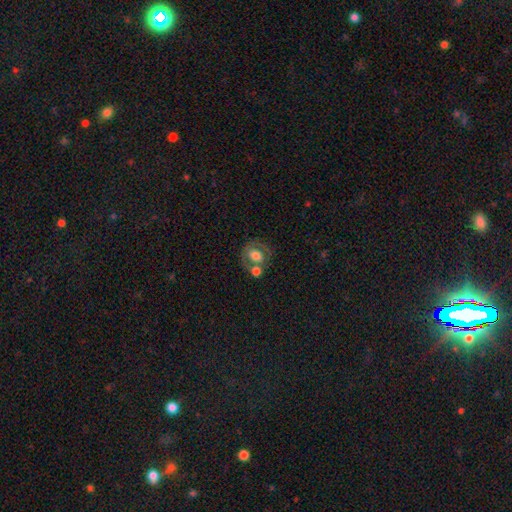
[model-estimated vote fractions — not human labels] smooth_or_featured: smooth (p=0.52) [alt: featured or disk p=0.40]
how_rounded: round (p=0.58) [alt: in between p=0.41]
merging: none (p=0.43) [alt: merger p=0.34]